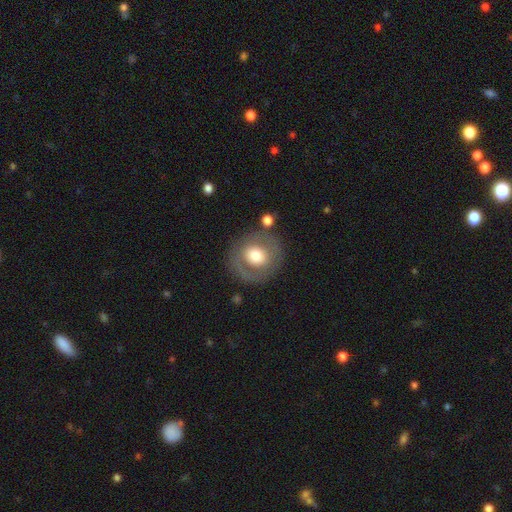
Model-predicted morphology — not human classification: Overall: smooth (53%; featured or disk 40%). How rounded: round (87%). Merging: none (76%).